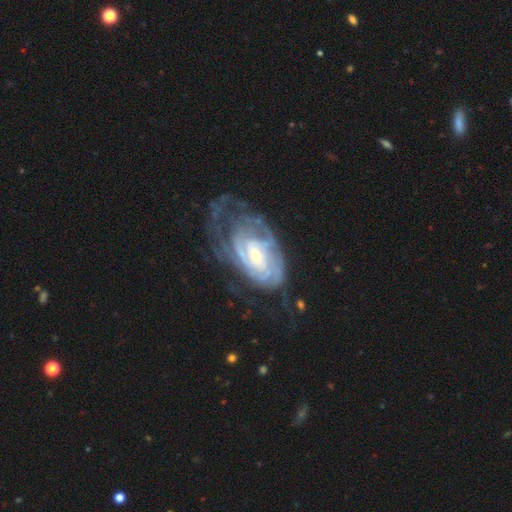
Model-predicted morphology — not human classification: Smooth or featured?
  - featured or disk: 84% *
  - smooth: 10%
  - star or artifact: 6%
Edge-on disk?
  - no: 95% *
  - yes: 5%
Bar?
  - no: 53% *
  - weak: 36%
  - strong: 11%
Spiral arms?
  - yes: 94% *
  - no: 6%
Spiral winding?
  - tight: 71% *
  - medium: 23%
  - loose: 6%
Spiral arm count?
  - can't tell: 47% *
  - 2: 20%
  - 3: 12%
  - 4: 11%
  - more than 4: 6%
  - 1: 5%
Bulge size?
  - small: 63% *
  - moderate: 31%
  - large: 3%
  - none: 2%
  - dominant: 1%
Merging?
  - none: 47% *
  - major disturbance: 27%
  - minor disturbance: 24%
  - merger: 2%